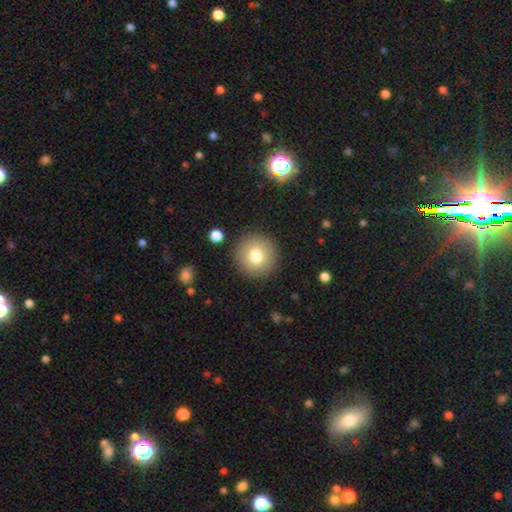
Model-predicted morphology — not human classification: Smooth or featured? smooth (77%)
How rounded? round (94%)
Merging? none (90%)